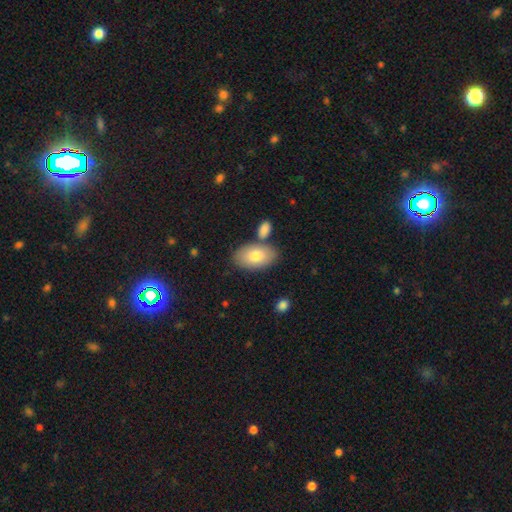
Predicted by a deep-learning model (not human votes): Smooth or featured: smooth — 79% (featured or disk — 15%)
How rounded: in between — 94% (round — 4%)
Merging: none — 71% (merger — 13%)